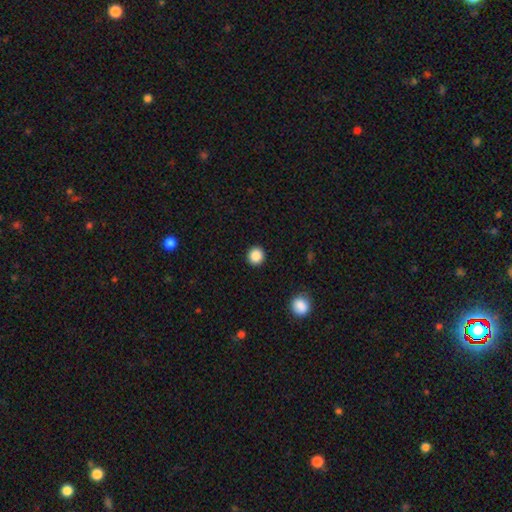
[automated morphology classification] A smooth galaxy with no disk features (87%) that is round (93%).

Vote fractions:
- Smooth or featured? smooth: 87% / star or artifact: 10% / featured or disk: 3%
- How rounded? round: 93% / in between: 7% / cigar-shaped: 1%
- Merging? none: 93% / minor disturbance: 5% / major disturbance: 2% / merger: 1%